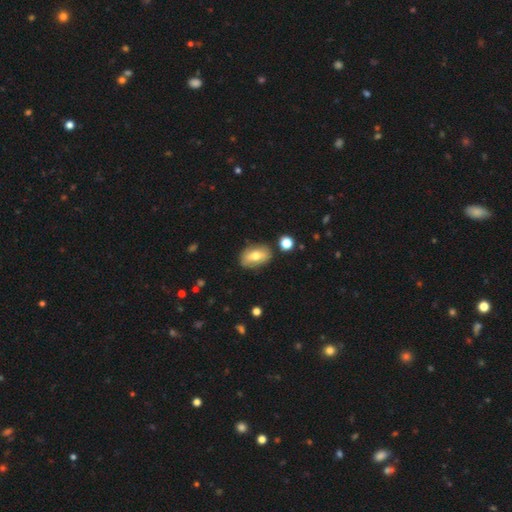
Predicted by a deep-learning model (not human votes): Smooth or featured? Predicted: smooth (p=0.64). How rounded? Predicted: in between (p=0.87). Merging? Predicted: none (p=0.80).